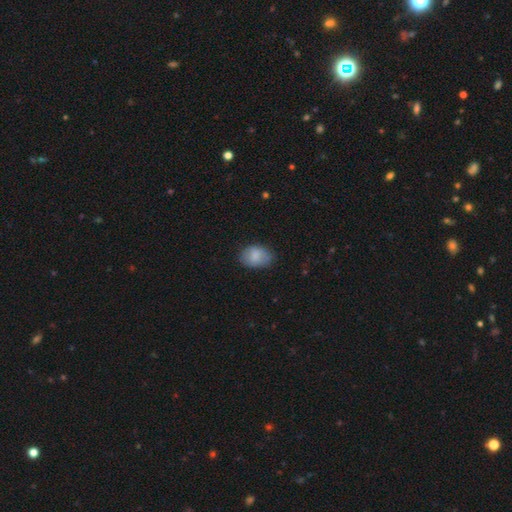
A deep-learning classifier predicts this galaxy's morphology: This is clearly a smooth galaxy (83%). How rounded: likely in between (75%). Merging: likely none (74%).